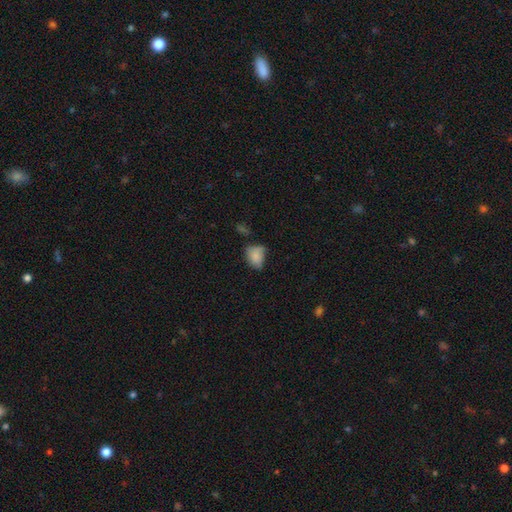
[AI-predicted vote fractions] The model was most divided on "merging" (2-way tie): minor disturbance: 38%, none: 38%, major disturbance: 15%, merger: 8%. More confident: smooth or featured — smooth (76%); how rounded — in between (68%).